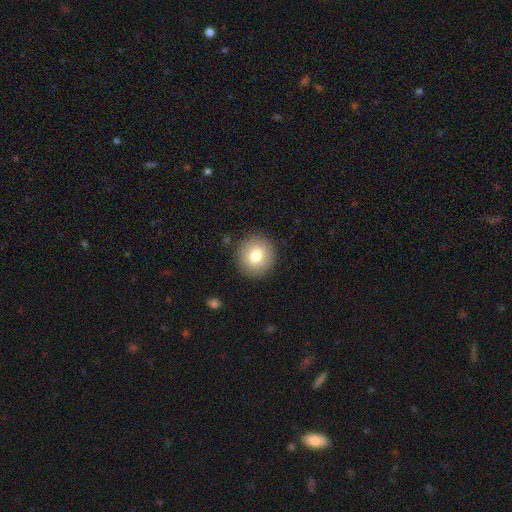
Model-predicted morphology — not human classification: This is likely a smooth galaxy (79%). How rounded: clearly round (91%). Merging: clearly none (90%).